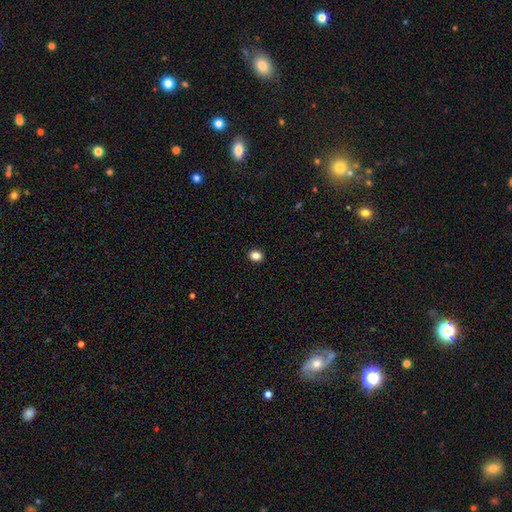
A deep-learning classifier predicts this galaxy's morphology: A smooth galaxy with no disk features (85%) that is round (52%). Merging: none (91%).